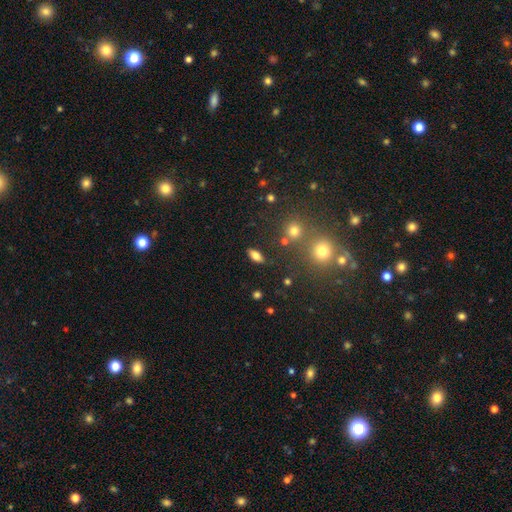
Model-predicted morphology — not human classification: smooth 75%, featured or disk 13%, star or artifact 11%. Down the decision tree: how rounded — in between (84%); merging — none (84%).